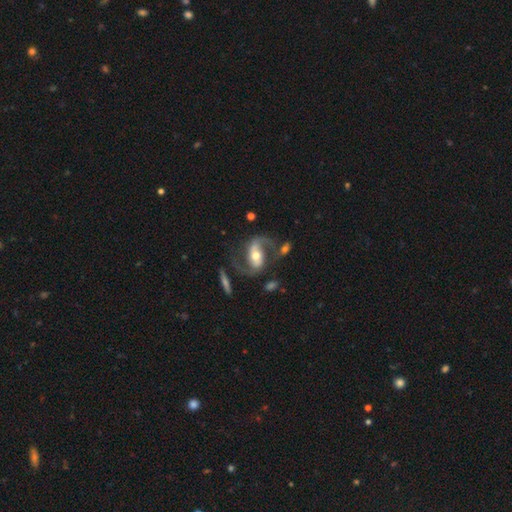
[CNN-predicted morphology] The model was most divided on "spiral winding": loose: 47%, medium: 43%, tight: 10%. Remaining: edge-on disk — no (95%); spiral arms — yes (94%); spiral arm count — 2 (89%); smooth or featured — featured or disk (84%); bulge size — moderate (67%); merging — none (61%); bar — strong (39%).